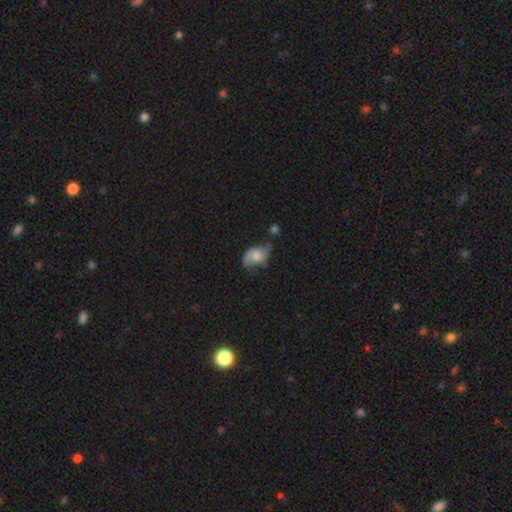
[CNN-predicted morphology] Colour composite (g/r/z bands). It shows a featured or disk galaxy (64%) with no bar (60%), 2 (82%) loose (58%) spiral arms (90%) and a moderate central bulge (36%). Merging: none (46%).